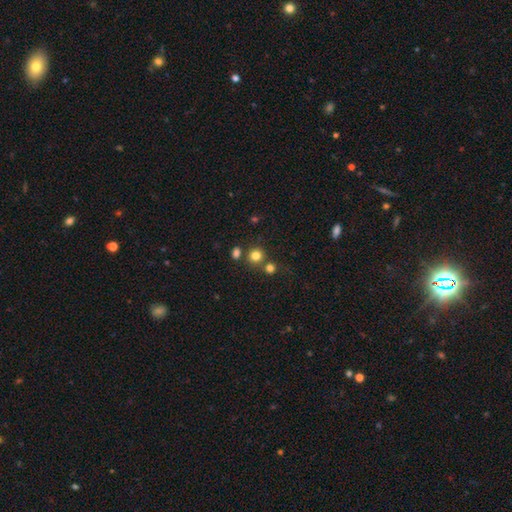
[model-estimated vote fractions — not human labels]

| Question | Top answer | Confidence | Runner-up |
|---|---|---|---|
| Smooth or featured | smooth | 79% | star or artifact (15%) |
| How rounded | round | 88% | in between (11%) |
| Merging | none | 72% | merger (17%) |